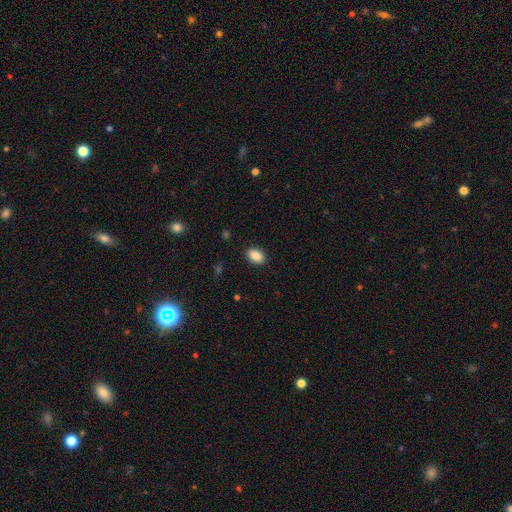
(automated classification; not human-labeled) Overall: smooth (89%). How rounded: in between (87%). Merging: none (89%).